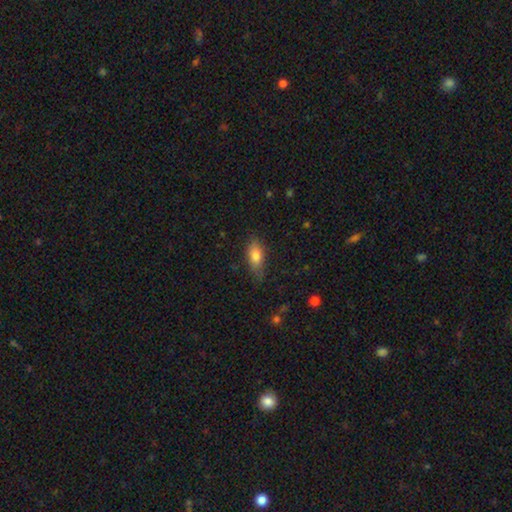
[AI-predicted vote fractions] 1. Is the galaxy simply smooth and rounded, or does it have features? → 79% smooth, 13% featured or disk, 8% star or artifact.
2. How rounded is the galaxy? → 83% in between, 13% cigar-shaped, 4% round.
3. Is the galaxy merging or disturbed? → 74% none, 20% minor disturbance, 4% major disturbance, 1% merger.